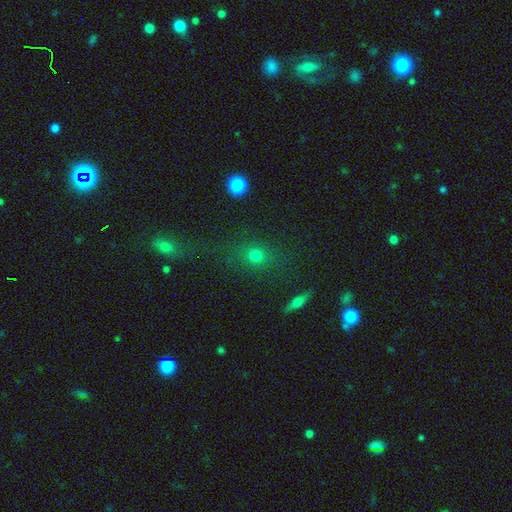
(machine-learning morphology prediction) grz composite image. It shows a smooth galaxy with no disk features (72%) that is round (79%). Merging: none (81%).